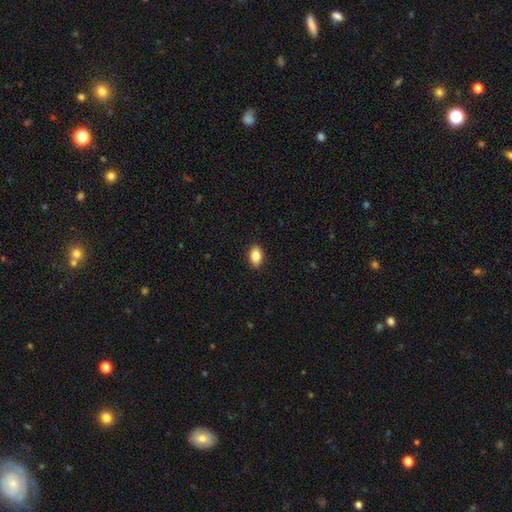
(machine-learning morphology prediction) This appears to be a smooth galaxy with no disk features (87%) that is in between round and cigar-shaped (88%). Merging: none (90%).